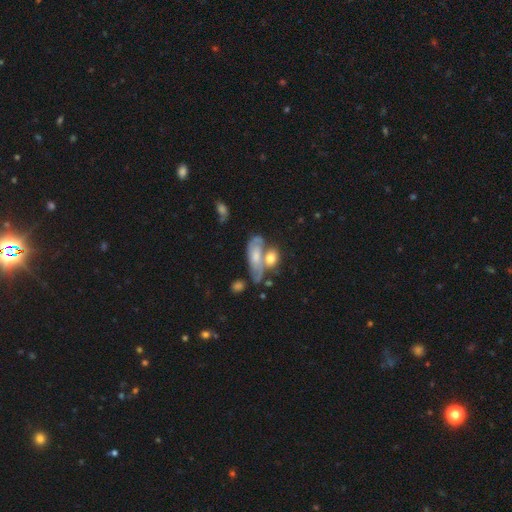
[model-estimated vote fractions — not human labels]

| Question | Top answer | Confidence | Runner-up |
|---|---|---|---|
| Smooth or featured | smooth | 51% | featured or disk (41%) |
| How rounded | in between | 77% | cigar-shaped (14%) |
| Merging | merger | 43% | none (28%) |